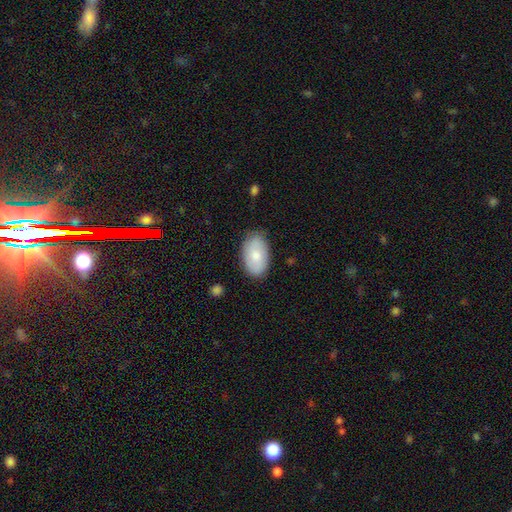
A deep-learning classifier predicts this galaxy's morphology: A smooth galaxy with no disk features (73%) that is in between round and cigar-shaped (92%).

Vote fractions:
- Smooth or featured? smooth: 73% / featured or disk: 21% / star or artifact: 6%
- How rounded? in between: 92% / round: 6% / cigar-shaped: 1%
- Merging? none: 82% / minor disturbance: 14% / major disturbance: 3% / merger: 1%